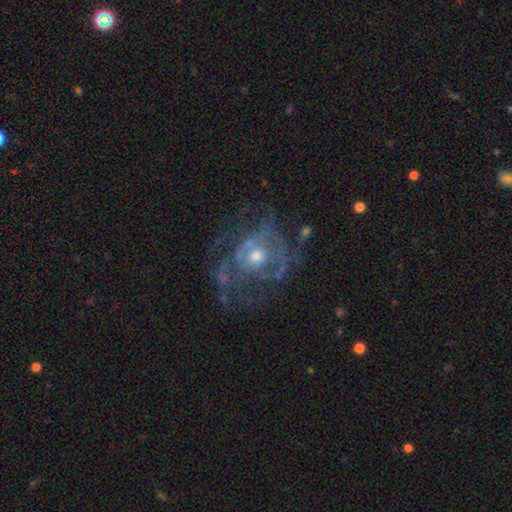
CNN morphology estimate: Overall: featured or disk (75%). Edge-on disk: no (97%). Bar: no (83%). Spiral arms: yes (58%; no 42%). Bulge size: moderate (62%; small 29%). Merging: none (47%; major disturbance 32%).